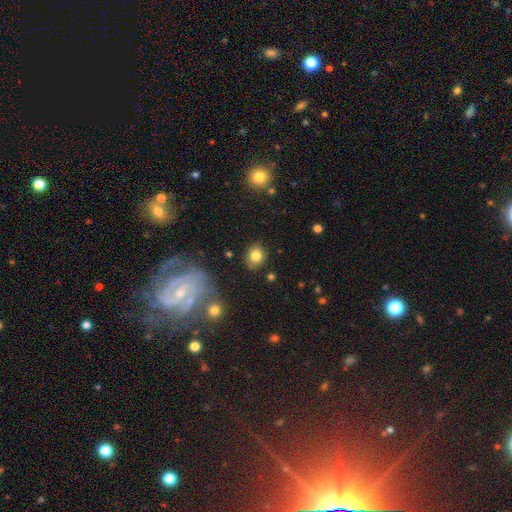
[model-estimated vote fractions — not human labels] Q: Smooth or featured?
A: smooth (82%); runner-up: star or artifact (10%)
Q: How rounded?
A: round (71%); runner-up: in between (28%)
Q: Merging?
A: none (86%); runner-up: minor disturbance (9%)